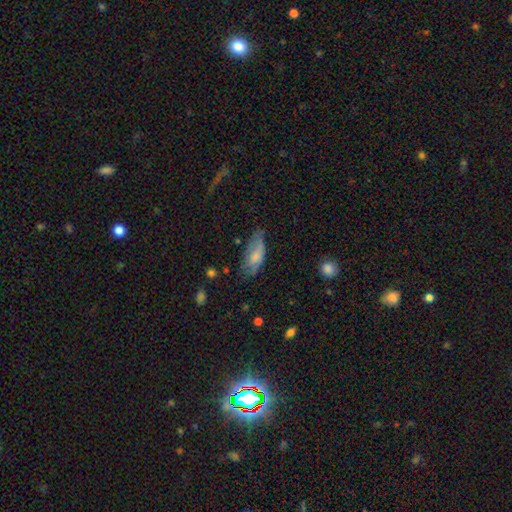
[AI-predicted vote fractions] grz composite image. It shows a smooth galaxy with no disk features (66%) that is in between round and cigar-shaped (83%). Merging: none (49%).